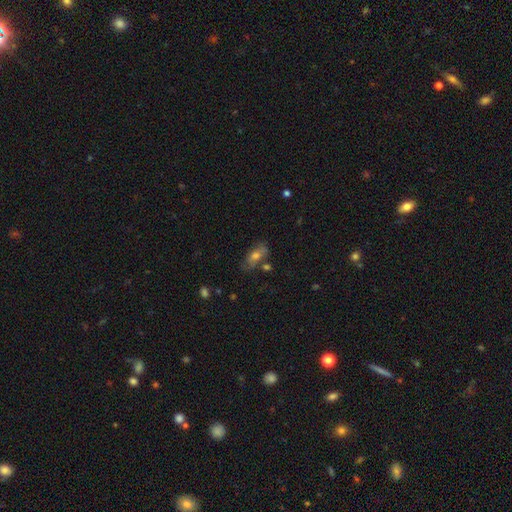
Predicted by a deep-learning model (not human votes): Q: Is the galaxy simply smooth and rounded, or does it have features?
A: smooth — 59%.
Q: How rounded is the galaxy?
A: in between — 80%.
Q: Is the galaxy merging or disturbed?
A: none — 65%.